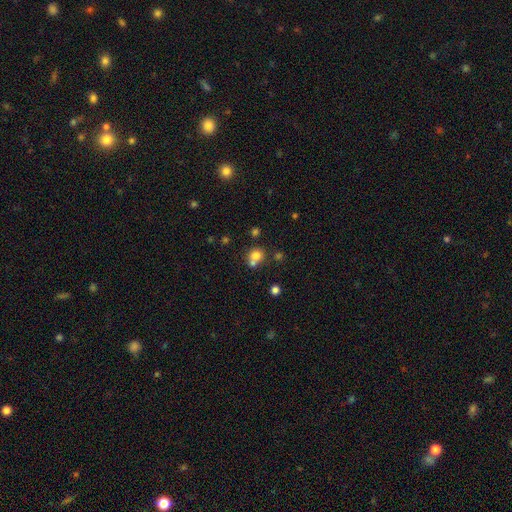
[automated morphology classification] A smooth galaxy with no disk features (75%) that is round (82%).

Vote fractions:
- Smooth or featured? smooth: 75% / star or artifact: 15% / featured or disk: 10%
- How rounded? round: 82% / in between: 17% / cigar-shaped: 1%
- Merging? none: 48% / merger: 40% / minor disturbance: 8% / major disturbance: 3%